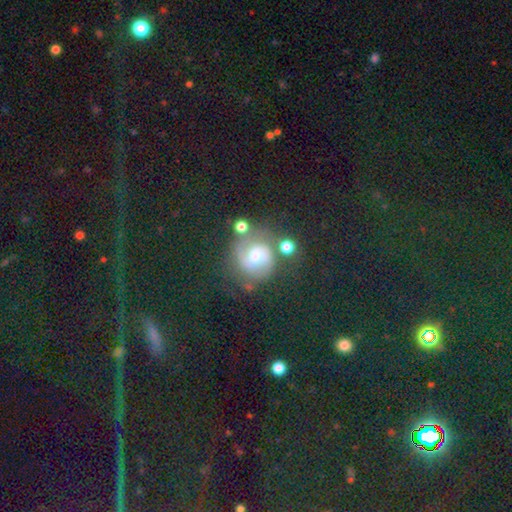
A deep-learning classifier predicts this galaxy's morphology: Q: Smooth or featured?
A: featured or disk (47%); runner-up: smooth (33%)
Q: Merging?
A: none (65%); runner-up: minor disturbance (17%)